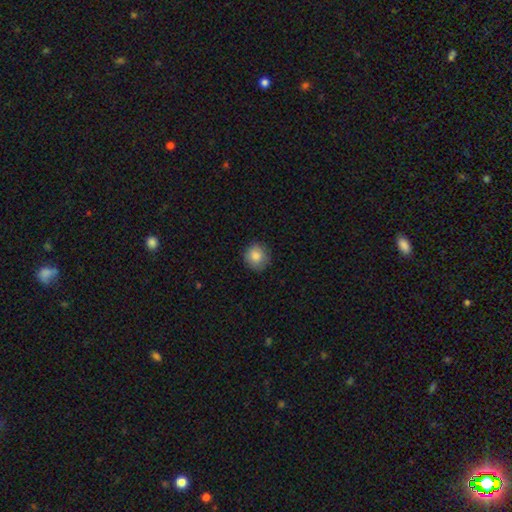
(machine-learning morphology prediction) Smooth or featured?
  - smooth: 86% *
  - star or artifact: 8%
  - featured or disk: 6%
How rounded?
  - round: 89% *
  - in between: 10%
  - cigar-shaped: 1%
Merging?
  - none: 85% *
  - minor disturbance: 12%
  - major disturbance: 2%
  - merger: 1%